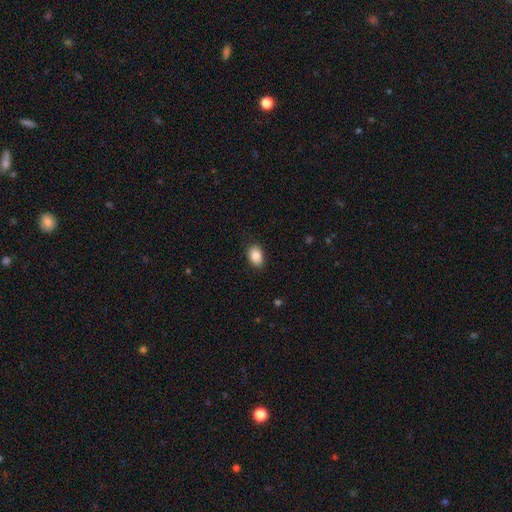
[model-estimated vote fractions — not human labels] smooth_or_featured: smooth (p=0.88) [alt: star or artifact p=0.08]
how_rounded: in between (p=0.82) [alt: round p=0.17]
merging: none (p=0.85) [alt: minor disturbance p=0.11]